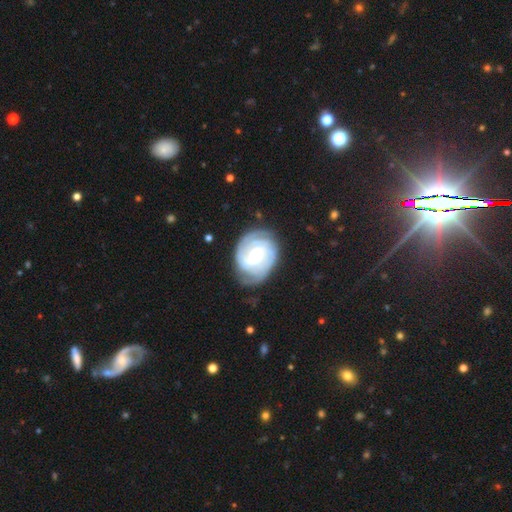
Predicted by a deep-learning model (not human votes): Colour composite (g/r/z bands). It shows a featured or disk galaxy (85%) with a weak bar (52%), 2 (34%) tight (72%) spiral arms (96%) and a moderate central bulge (67%). Merging: none (75%).